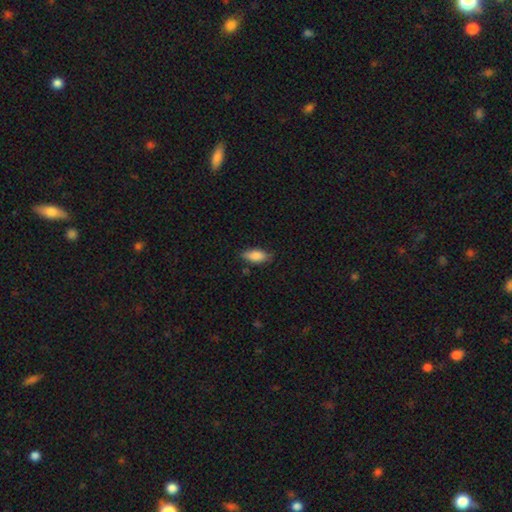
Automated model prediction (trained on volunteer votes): This is clearly a smooth galaxy (86%). How rounded: clearly in between (85%). Merging: likely none (78%).